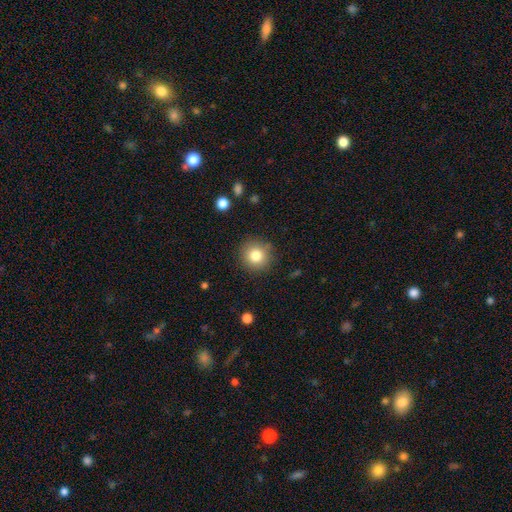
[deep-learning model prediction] Morphology: type=smooth (81%); roundness=round (93%); merging=none (88%).